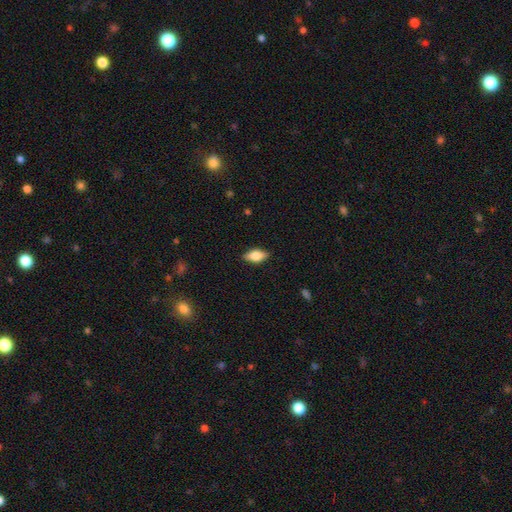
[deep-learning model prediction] This is likely a smooth galaxy (68%). How rounded: clearly in between (85%). Merging: clearly none (86%).